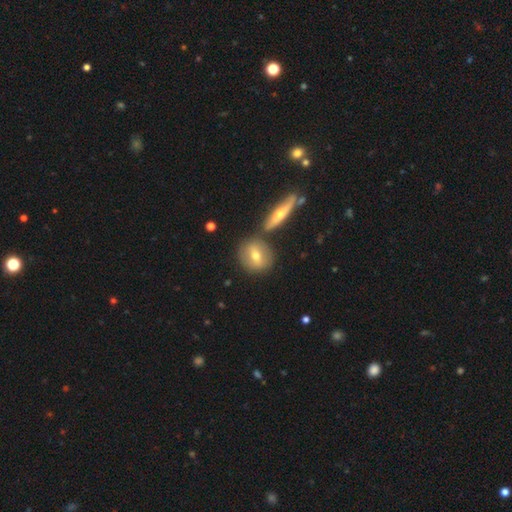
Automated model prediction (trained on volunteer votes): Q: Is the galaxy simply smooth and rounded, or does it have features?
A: smooth — 59%.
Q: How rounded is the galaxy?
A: round — 74%.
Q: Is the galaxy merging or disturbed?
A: none — 71%.